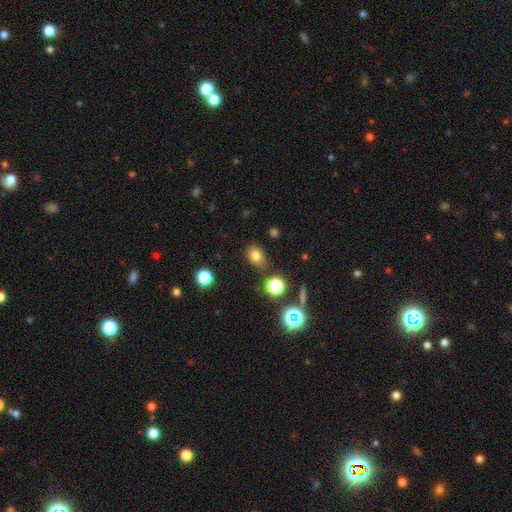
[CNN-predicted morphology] A smooth galaxy with no disk features (76%) that is in between round and cigar-shaped (64%).

Vote fractions:
- Smooth or featured? smooth: 76% / star or artifact: 16% / featured or disk: 8%
- How rounded? in between: 64% / round: 35% / cigar-shaped: 1%
- Merging? none: 78% / minor disturbance: 15% / major disturbance: 4% / merger: 3%